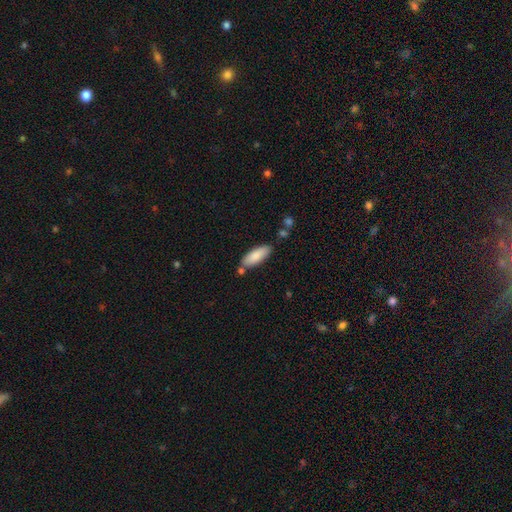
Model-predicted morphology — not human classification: smooth_or_featured: smooth (p=0.85) [alt: featured or disk p=0.09]
how_rounded: in between (p=0.70) [alt: cigar-shaped p=0.29]
merging: none (p=0.75) [alt: minor disturbance p=0.14]